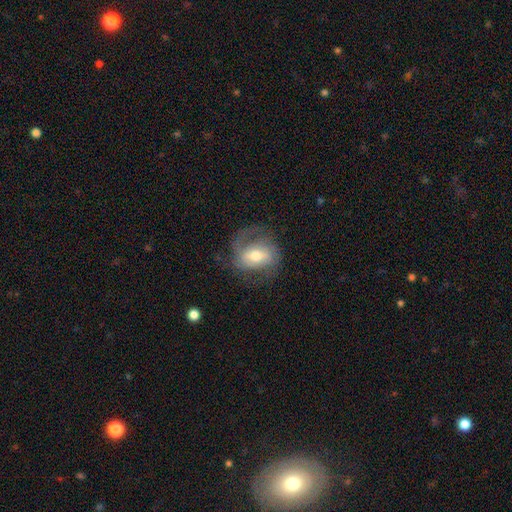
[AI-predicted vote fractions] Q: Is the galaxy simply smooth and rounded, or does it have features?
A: featured or disk — 63%.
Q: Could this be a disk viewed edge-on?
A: no — 95%.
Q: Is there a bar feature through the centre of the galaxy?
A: weak — 44%.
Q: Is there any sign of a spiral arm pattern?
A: yes — 81%.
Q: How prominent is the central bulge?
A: moderate — 68%.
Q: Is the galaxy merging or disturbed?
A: none — 58%.